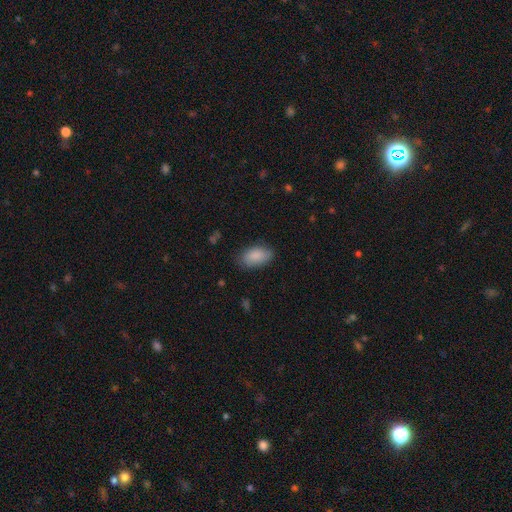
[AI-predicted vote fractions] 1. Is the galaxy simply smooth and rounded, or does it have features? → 88% smooth, 6% star or artifact, 6% featured or disk.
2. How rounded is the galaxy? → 93% in between, 4% round, 2% cigar-shaped.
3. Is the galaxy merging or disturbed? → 79% none, 16% minor disturbance, 4% major disturbance, 1% merger.